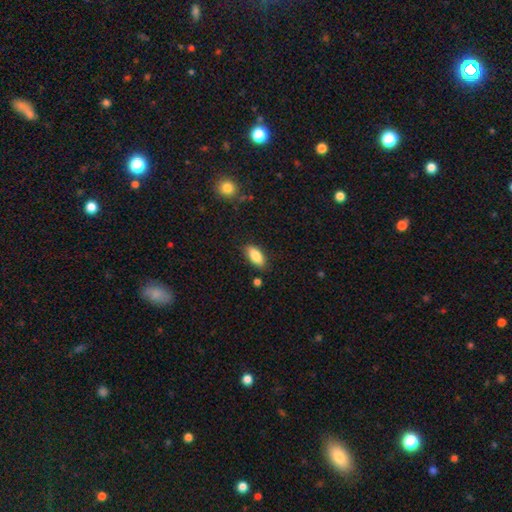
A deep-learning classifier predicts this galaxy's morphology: Overall: smooth (84%). How rounded: in between (85%). Merging: none (82%).